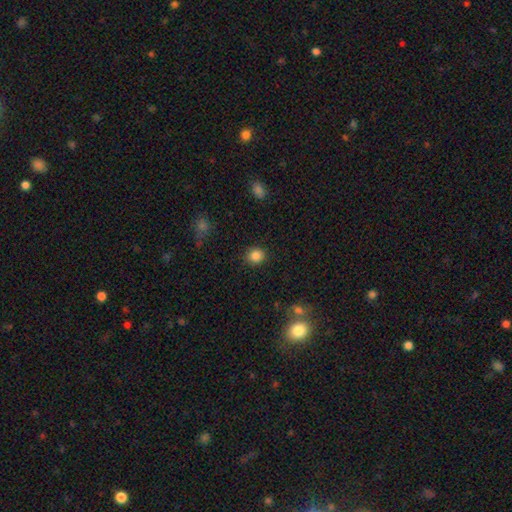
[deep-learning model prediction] smooth 84%, star or artifact 11%, featured or disk 5%. Down the decision tree: how rounded — round (82%); merging — none (88%).